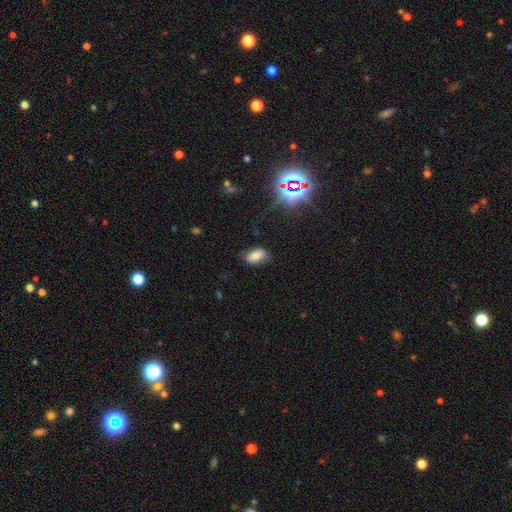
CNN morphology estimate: type=smooth (74%); roundness=in between (90%); merging=none (68%).